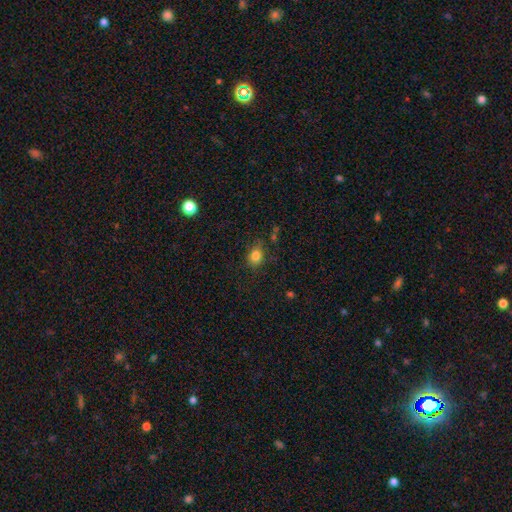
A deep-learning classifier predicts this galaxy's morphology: smooth-or-featured: smooth: 82% | star or artifact: 12% | featured or disk: 6%
  how-rounded: round: 54% | in between: 45% | cigar-shaped: 1%
  merging: none: 74% | minor disturbance: 18% | major disturbance: 5% | merger: 3%